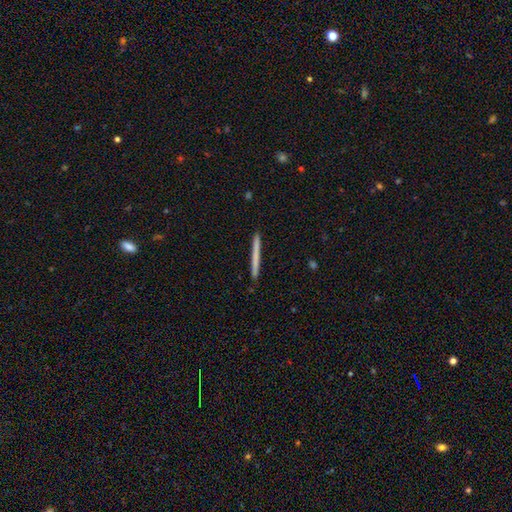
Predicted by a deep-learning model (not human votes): smooth_or_featured: smooth (p=0.63) [alt: featured or disk p=0.31]
how_rounded: cigar-shaped (p=0.97) [alt: in between p=0.01]
merging: none (p=0.93) [alt: minor disturbance p=0.05]